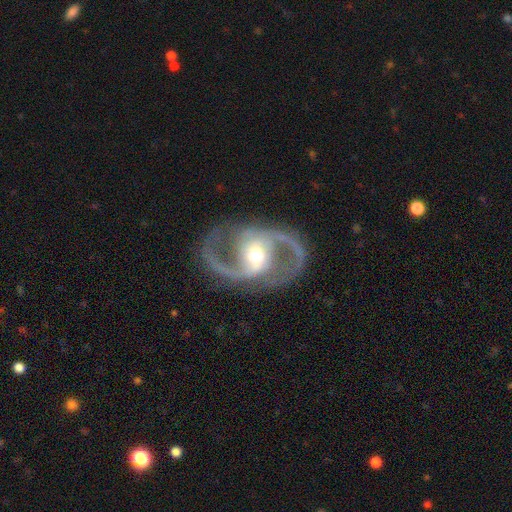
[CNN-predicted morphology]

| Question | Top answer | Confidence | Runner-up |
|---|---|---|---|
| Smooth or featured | featured or disk | 92% | star or artifact (4%) |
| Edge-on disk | no | 97% | yes (3%) |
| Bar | strong | 41% | weak (37%) |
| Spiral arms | yes | 97% | no (3%) |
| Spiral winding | medium | 58% | loose (30%) |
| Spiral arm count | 2 | 94% | can't tell (2%) |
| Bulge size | moderate | 61% | small (30%) |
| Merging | none | 82% | minor disturbance (10%) |